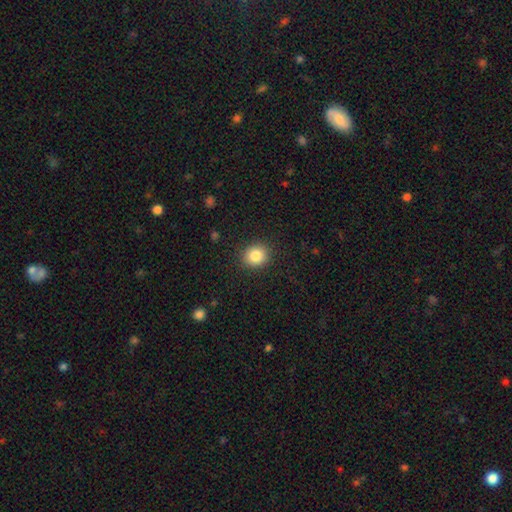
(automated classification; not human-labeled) Morphology: type=smooth (85%); roundness=round (81%); merging=none (90%).